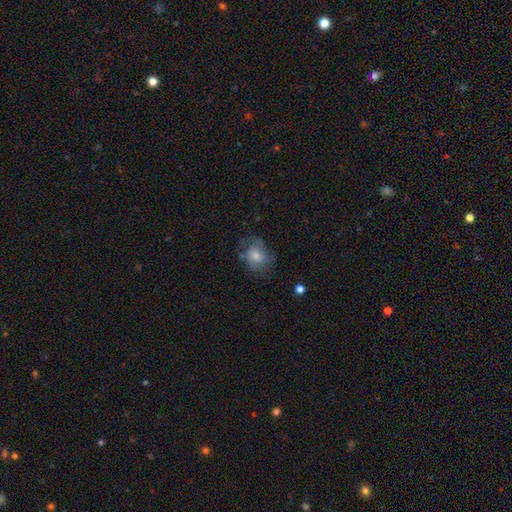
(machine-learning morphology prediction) type=smooth (61%); roundness=round (50%); merging=none (51%).